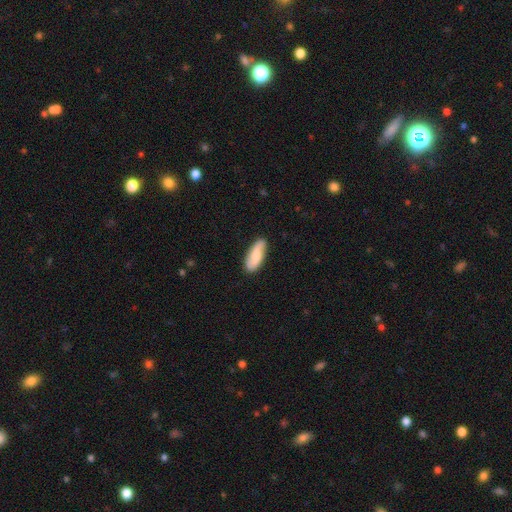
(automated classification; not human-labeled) Smooth or featured? Predicted: smooth (p=0.47, tied with featured or disk). Merging? Predicted: none (p=0.86).